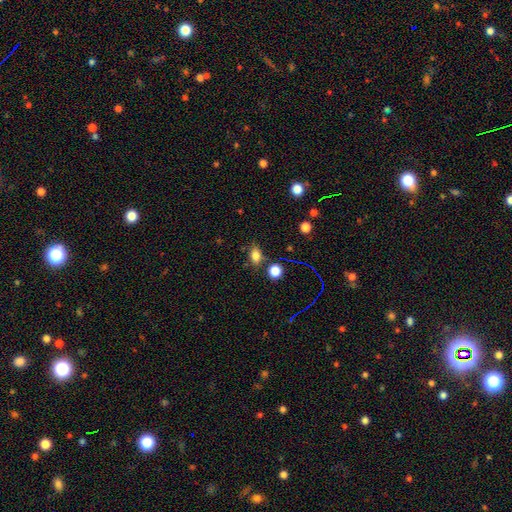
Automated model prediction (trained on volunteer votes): Smooth or featured: smooth — 80% (star or artifact — 13%)
How rounded: in between — 75% (round — 22%)
Merging: none — 72% (minor disturbance — 16%)